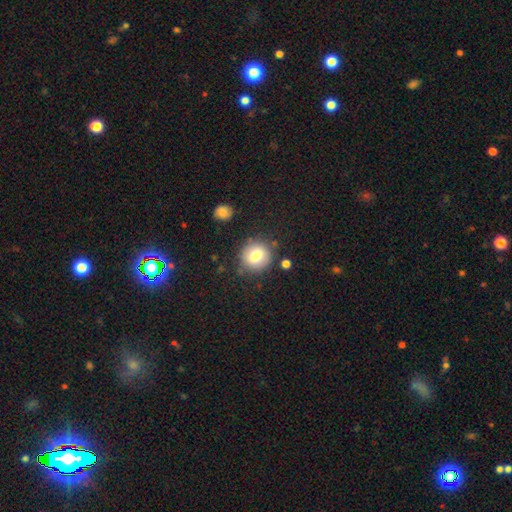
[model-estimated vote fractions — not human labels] A smooth galaxy with no disk features (78%) that is round (90%). Merging: none (83%).